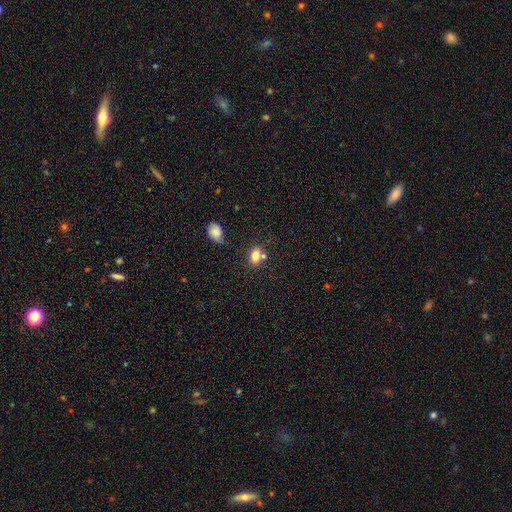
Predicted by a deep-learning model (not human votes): Smooth or featured?
  - smooth: 79% *
  - star or artifact: 11%
  - featured or disk: 10%
How rounded?
  - in between: 67% *
  - round: 32%
  - cigar-shaped: 2%
Merging?
  - none: 62% *
  - merger: 20%
  - minor disturbance: 14%
  - major disturbance: 4%